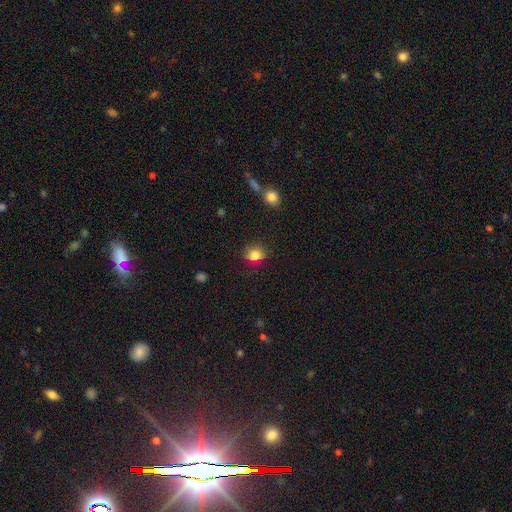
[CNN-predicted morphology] This appears to be a smooth galaxy with no disk features (83%) that is round (76%). Merging: none (81%).